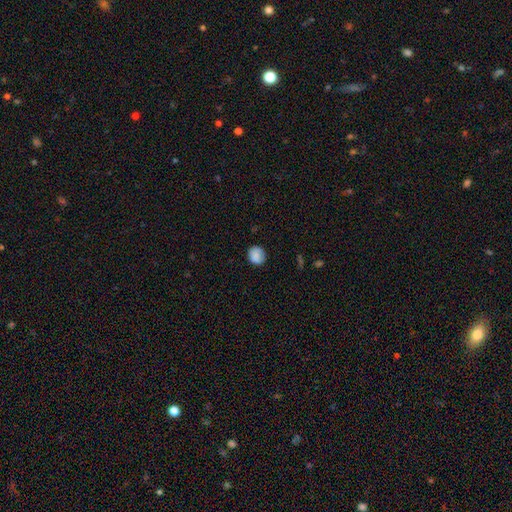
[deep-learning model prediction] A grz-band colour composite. It shows a smooth galaxy with no disk features (83%) that is round (77%). Merging: none (79%).